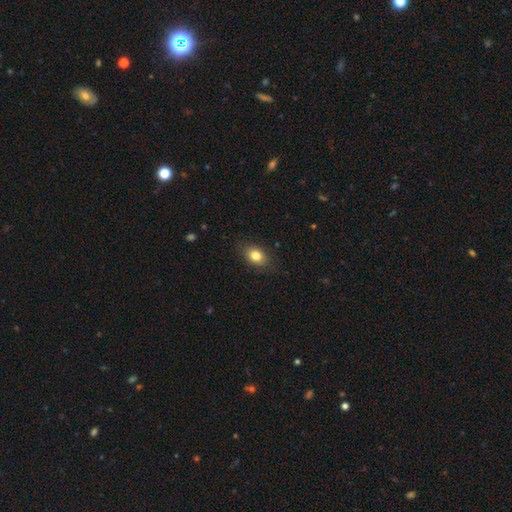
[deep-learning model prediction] smooth_or_featured: smooth (p=0.82) [alt: star or artifact p=0.09]
how_rounded: in between (p=0.71) [alt: round p=0.27]
merging: none (p=0.84) [alt: minor disturbance p=0.12]